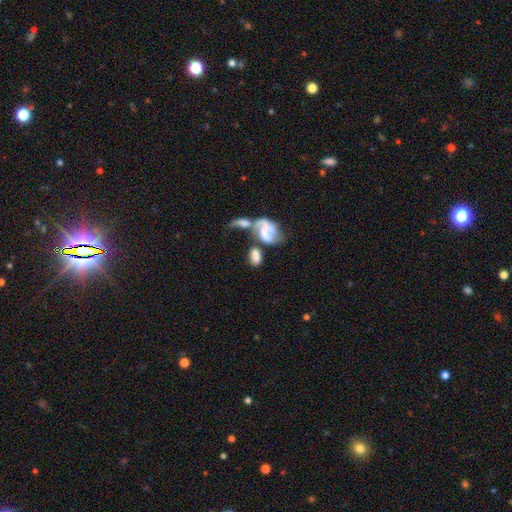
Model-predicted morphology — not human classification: smooth 56%, featured or disk 35%, star or artifact 9%. Down the decision tree: how rounded — in between (89%); merging — merger (52%).